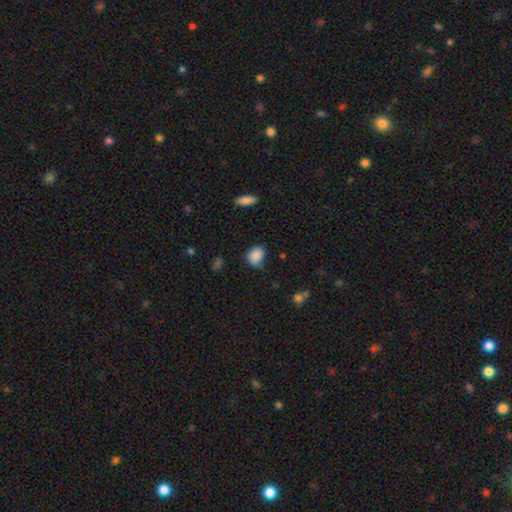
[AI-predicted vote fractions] Smooth or featured? Predicted: smooth (p=0.86). How rounded? Predicted: in between (p=0.64). Merging? Predicted: none (p=0.55).